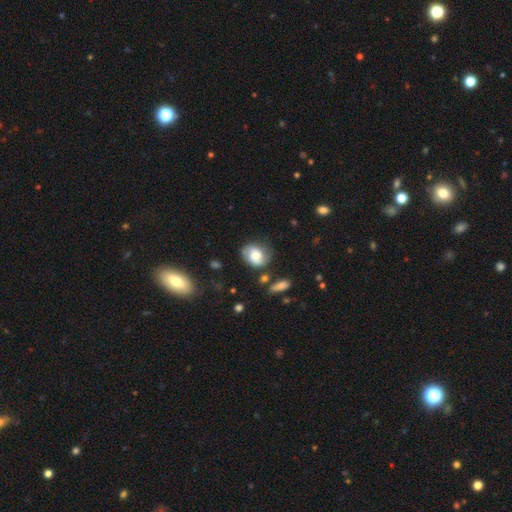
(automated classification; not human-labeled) Overall: smooth (54%; featured or disk 38%). How rounded: round (51%; in between 48%). Merging: none (66%).